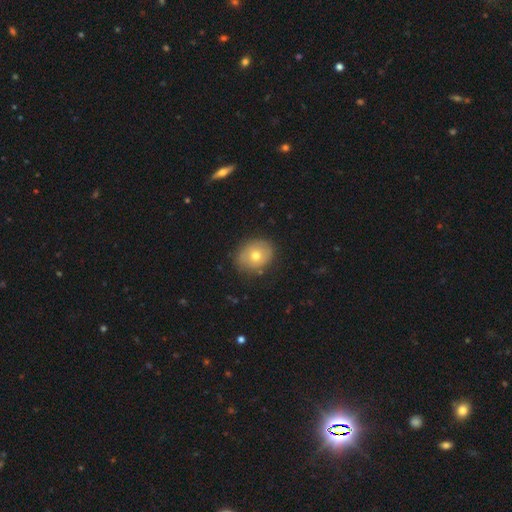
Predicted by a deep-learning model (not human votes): smooth-or-featured: smooth: 67% | featured or disk: 23% | star or artifact: 9%
  how-rounded: round: 62% | in between: 38% | cigar-shaped: 1%
  merging: none: 81% | minor disturbance: 14% | major disturbance: 3% | merger: 2%